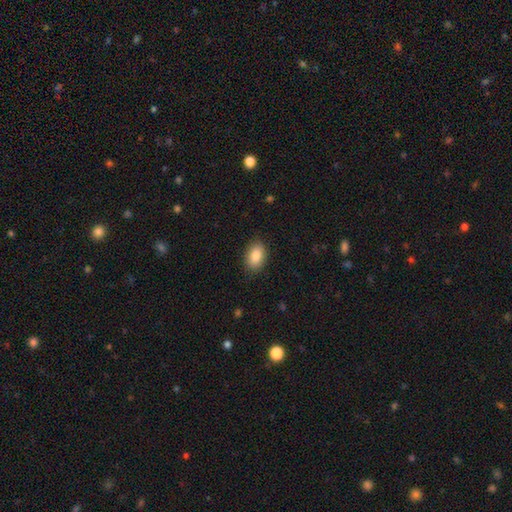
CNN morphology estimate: type=smooth (86%); roundness=in between (87%); merging=none (85%).